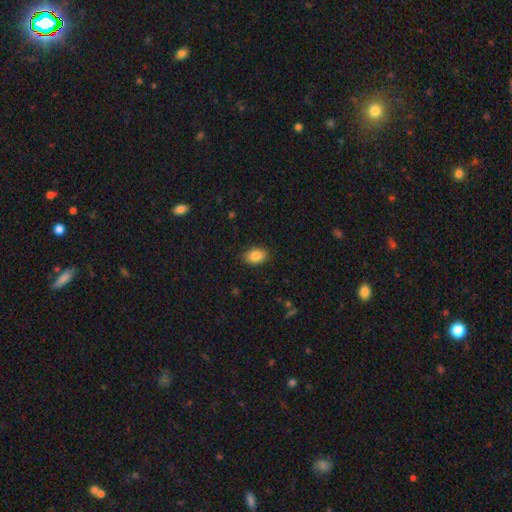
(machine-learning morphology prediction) Q: Smooth or featured?
A: smooth (86%); runner-up: star or artifact (8%)
Q: How rounded?
A: in between (85%); runner-up: round (14%)
Q: Merging?
A: none (87%); runner-up: minor disturbance (10%)